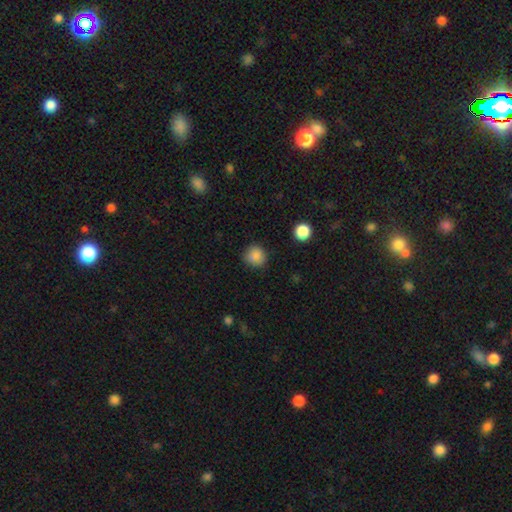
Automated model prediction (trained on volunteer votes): Q: Smooth or featured?
A: smooth (86%); runner-up: star or artifact (11%)
Q: How rounded?
A: round (88%); runner-up: in between (11%)
Q: Merging?
A: none (82%); runner-up: minor disturbance (13%)